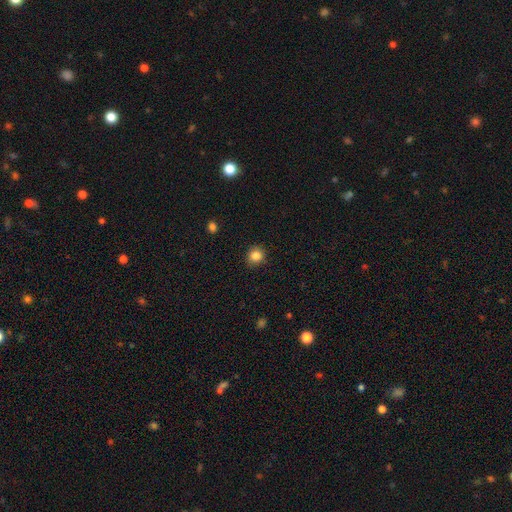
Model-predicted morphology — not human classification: Smooth or featured?
  - smooth: 84% *
  - star or artifact: 11%
  - featured or disk: 5%
How rounded?
  - round: 87% *
  - in between: 12%
  - cigar-shaped: 1%
Merging?
  - none: 88% *
  - minor disturbance: 8%
  - major disturbance: 2%
  - merger: 1%